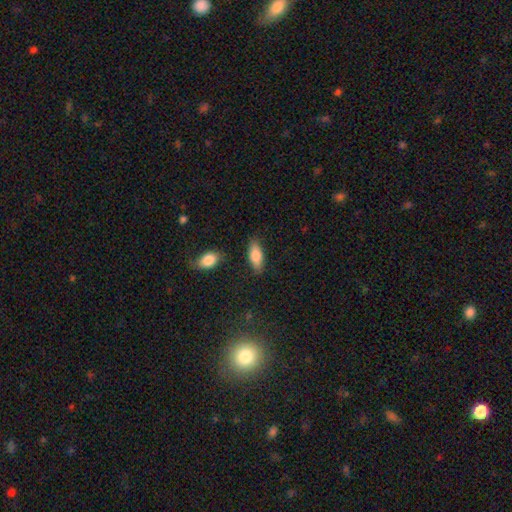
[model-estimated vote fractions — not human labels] This is clearly a smooth galaxy (82%). How rounded: clearly in between (84%). Merging: clearly none (82%).